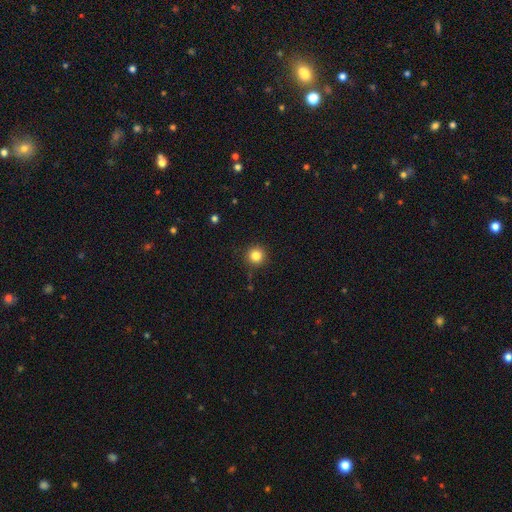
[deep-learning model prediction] smooth-or-featured: smooth: 84% | star or artifact: 11% | featured or disk: 5%
  how-rounded: round: 95% | in between: 4% | cigar-shaped: 1%
  merging: none: 89% | minor disturbance: 7% | major disturbance: 2% | merger: 1%